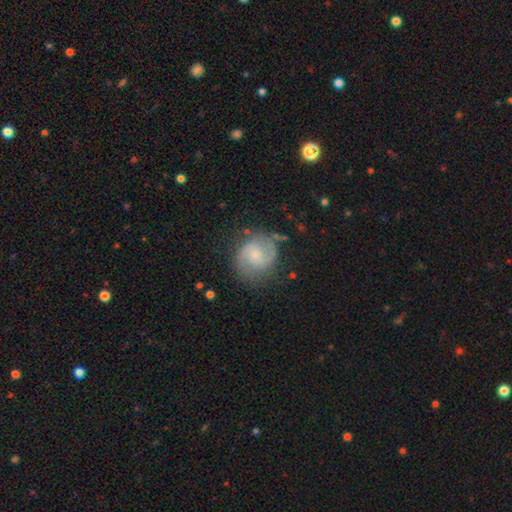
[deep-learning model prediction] smooth-or-featured: featured or disk: 76% | smooth: 18% | star or artifact: 7%
  disk-edge-on: no: 98% | yes: 2%
    bar: weak: 49% | no: 42% | strong: 9%
    has-spiral-arms: yes: 94% | no: 6%
      spiral-winding: medium: 53% | loose: 24% | tight: 23%
      spiral-arm-count: 2: 90% | can't tell: 5% | 1: 2% | 3: 1% | 4: 1% | more than 4: 1%
    bulge-size: small: 46% | moderate: 32% | none: 16% | large: 5% | dominant: 1%
  merging: none: 76% | minor disturbance: 16% | major disturbance: 6% | merger: 2%